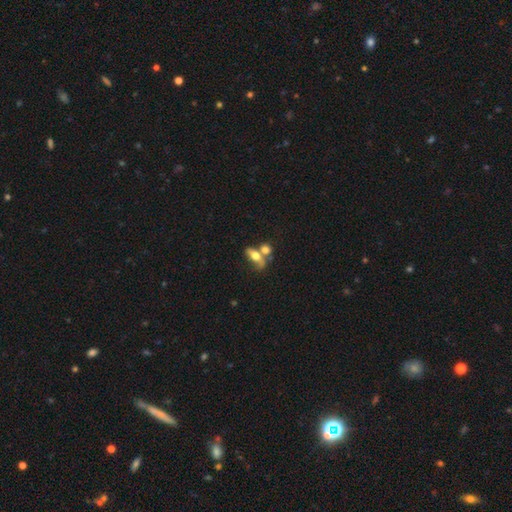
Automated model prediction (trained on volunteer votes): smooth_or_featured: smooth (p=0.59) [alt: featured or disk p=0.32]
how_rounded: in between (p=0.73) [alt: cigar-shaped p=0.15]
merging: merger (p=0.50) [alt: none p=0.30]